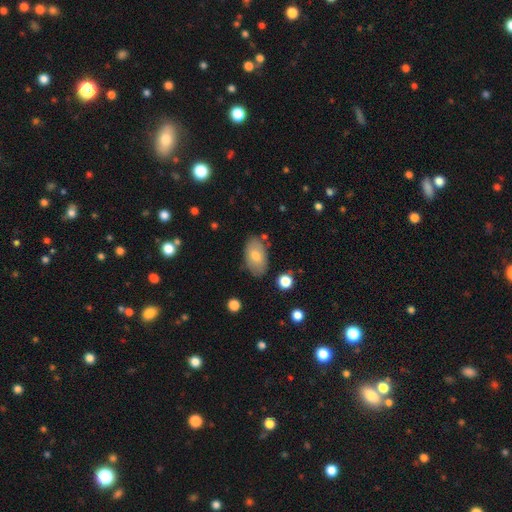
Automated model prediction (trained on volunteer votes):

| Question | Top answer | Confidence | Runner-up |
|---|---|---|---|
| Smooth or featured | smooth | 70% | featured or disk (23%) |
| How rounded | in between | 93% | round (6%) |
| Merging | none | 79% | minor disturbance (15%) |